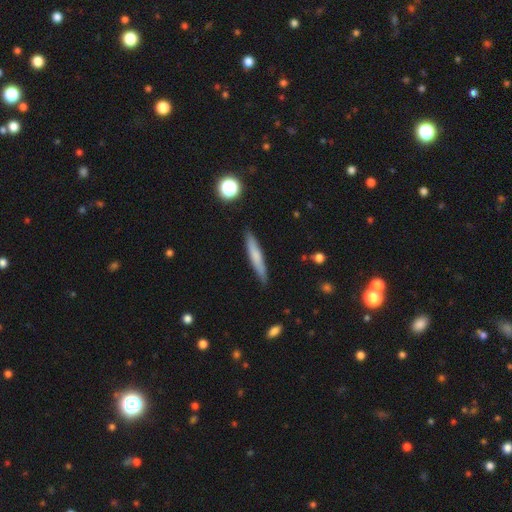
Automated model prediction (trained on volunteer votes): smooth-or-featured: smooth: 65% | featured or disk: 29% | star or artifact: 7%
  how-rounded: cigar-shaped: 93% | in between: 5% | round: 1%
  merging: none: 87% | minor disturbance: 10% | major disturbance: 2% | merger: 1%